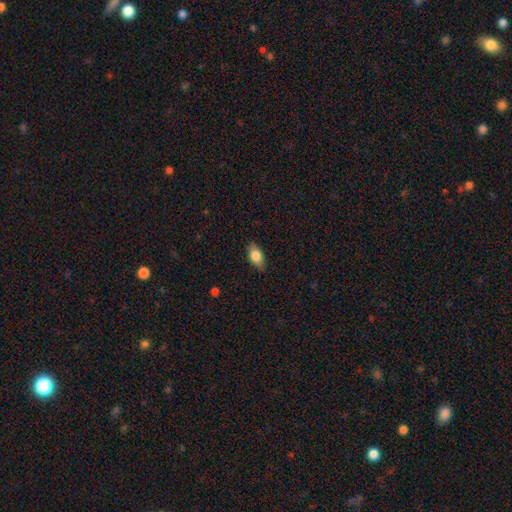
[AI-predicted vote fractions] Q: Smooth or featured?
A: smooth (79%); runner-up: featured or disk (14%)
Q: How rounded?
A: in between (88%); runner-up: round (6%)
Q: Merging?
A: none (83%); runner-up: minor disturbance (13%)